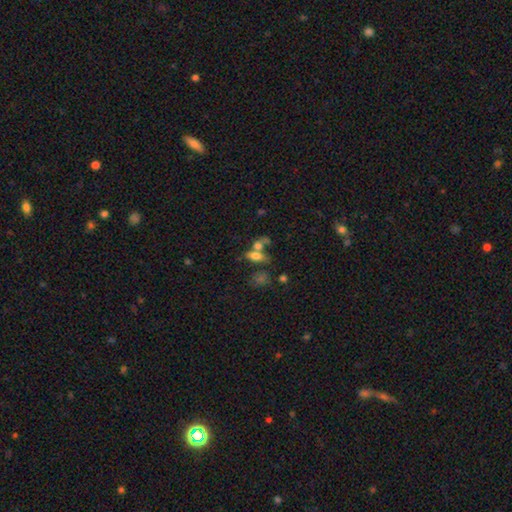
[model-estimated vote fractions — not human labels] Smooth or featured? Predicted: smooth (p=0.65). How rounded? Predicted: in between (p=0.72). Merging? Predicted: merger (p=0.42).